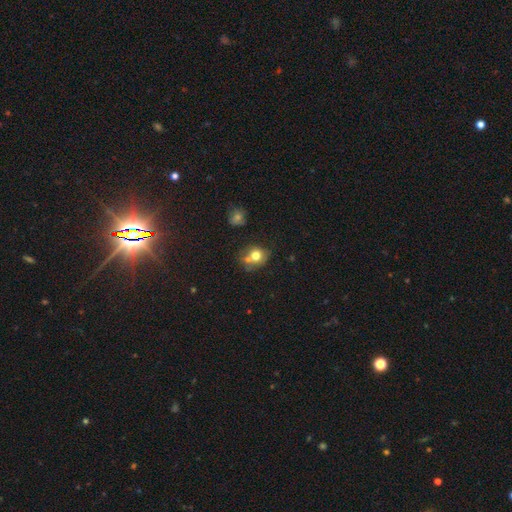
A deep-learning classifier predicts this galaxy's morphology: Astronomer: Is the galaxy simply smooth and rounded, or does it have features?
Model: smooth — 72%.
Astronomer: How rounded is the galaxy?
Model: round — 70%.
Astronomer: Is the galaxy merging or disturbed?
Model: none — 48% (runner-up: merger, 30%).